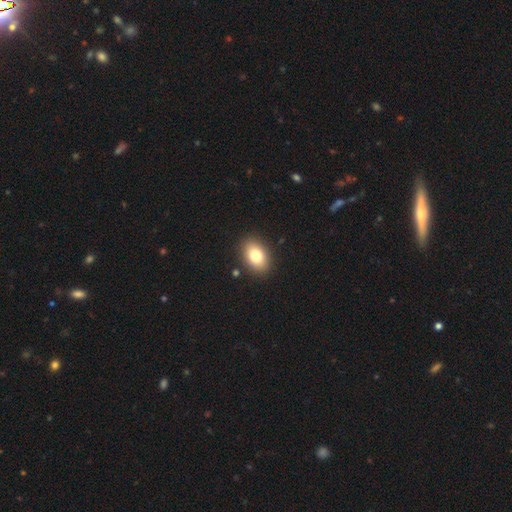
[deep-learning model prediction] This appears to be a smooth galaxy with no disk features (81%) that is in between round and cigar-shaped (84%). Merging: none (88%).